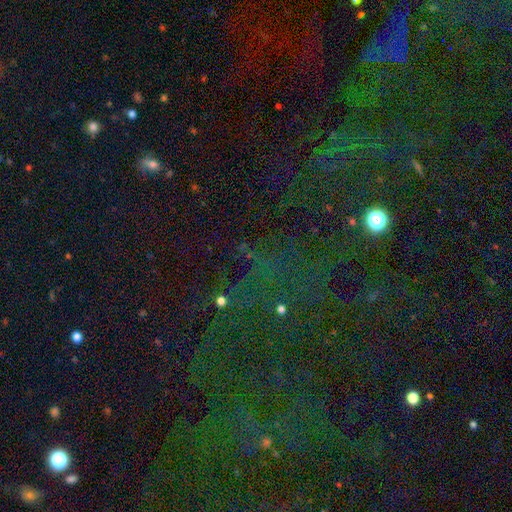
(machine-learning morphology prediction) Smooth or featured?
  - star or artifact: 78% *
  - smooth: 13%
  - featured or disk: 9%